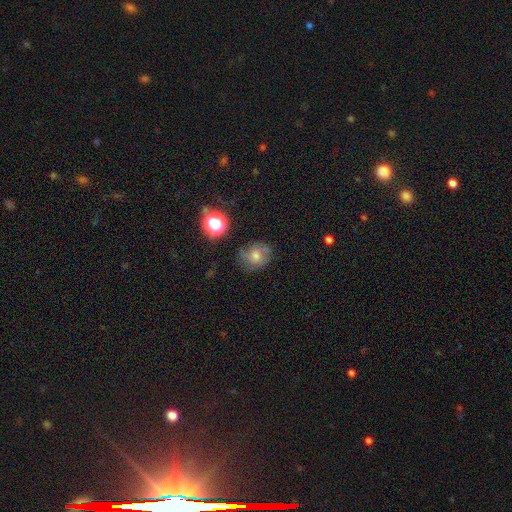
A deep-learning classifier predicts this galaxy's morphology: smooth 51%, featured or disk 30%, star or artifact 19%. Down the decision tree: how rounded — round (67%); merging — none (69%).